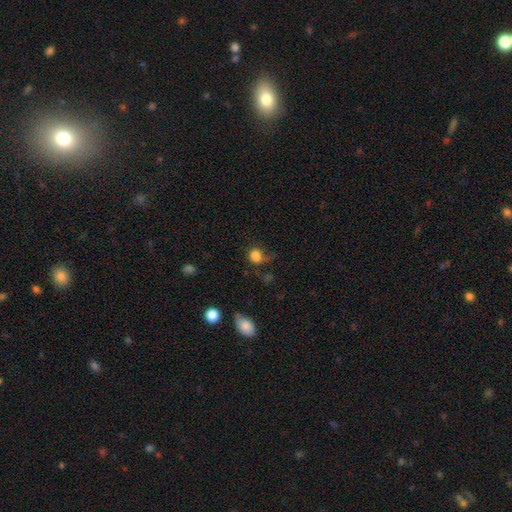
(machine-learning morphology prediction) The model was most divided on "merging": none: 46%, minor disturbance: 26%, major disturbance: 23%, merger: 6%. More confident: smooth or featured — smooth (80%); how rounded — round (65%).